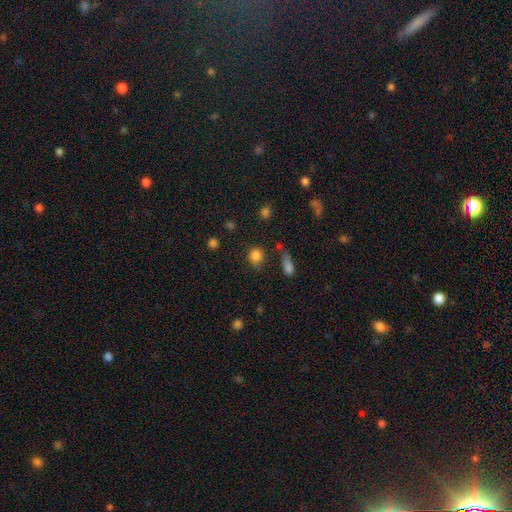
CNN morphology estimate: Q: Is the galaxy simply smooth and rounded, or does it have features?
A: smooth — 82%.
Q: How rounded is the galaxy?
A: round — 81%.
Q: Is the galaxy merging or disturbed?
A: none — 64%.